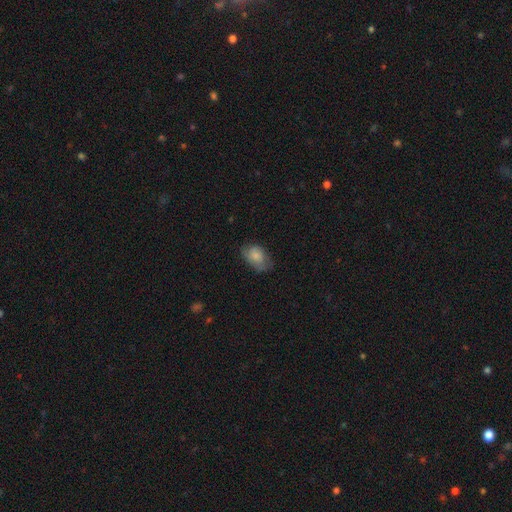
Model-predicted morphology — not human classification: Q: Smooth or featured?
A: smooth (78%); runner-up: featured or disk (14%)
Q: How rounded?
A: in between (83%); runner-up: round (15%)
Q: Merging?
A: none (59%); runner-up: minor disturbance (30%)